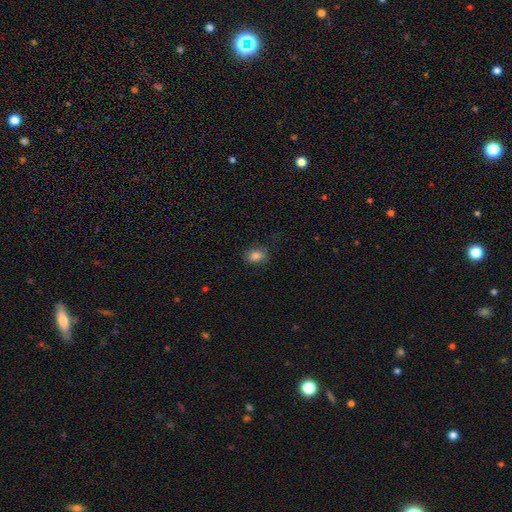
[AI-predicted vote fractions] Overall: smooth (83%). How rounded: in between (69%). Merging: none (76%).